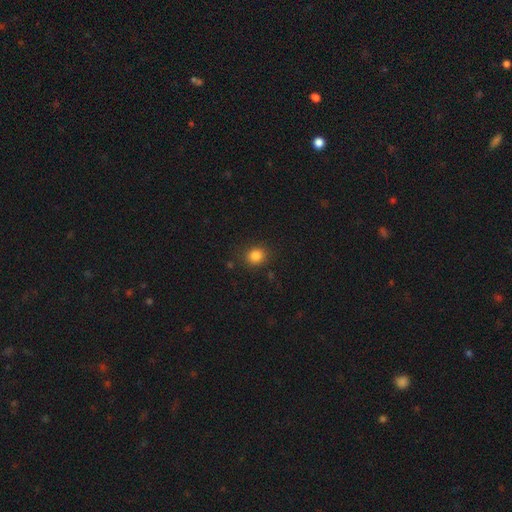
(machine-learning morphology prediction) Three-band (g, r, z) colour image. It shows a smooth galaxy with no disk features (83%) that is round (76%). Merging: none (86%).